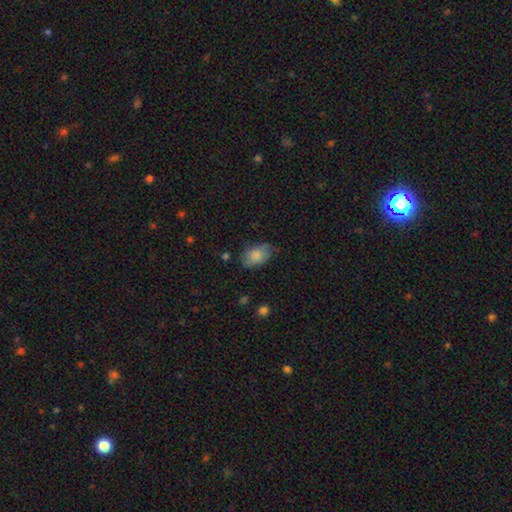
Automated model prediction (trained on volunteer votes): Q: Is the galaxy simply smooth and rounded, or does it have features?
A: smooth — 77%.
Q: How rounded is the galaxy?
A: in between — 89%.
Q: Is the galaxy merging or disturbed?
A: none — 63%.